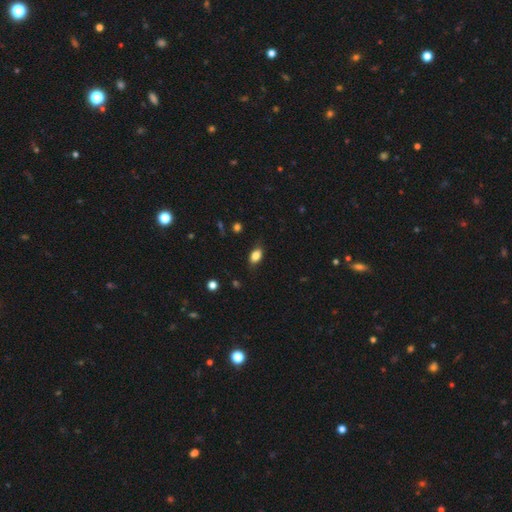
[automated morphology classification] The model was most divided on "merging": none: 81%, minor disturbance: 15%, major disturbance: 3%, merger: 1%. More confident: how rounded — in between (87%); smooth or featured — smooth (84%).